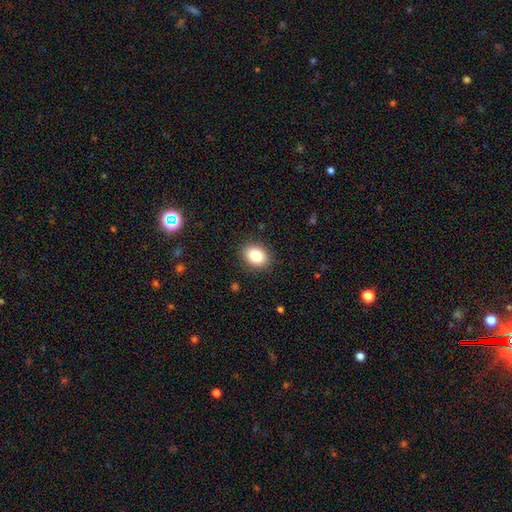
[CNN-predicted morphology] This is clearly a smooth galaxy (84%). How rounded: likely in between (65%). Merging: clearly none (89%).